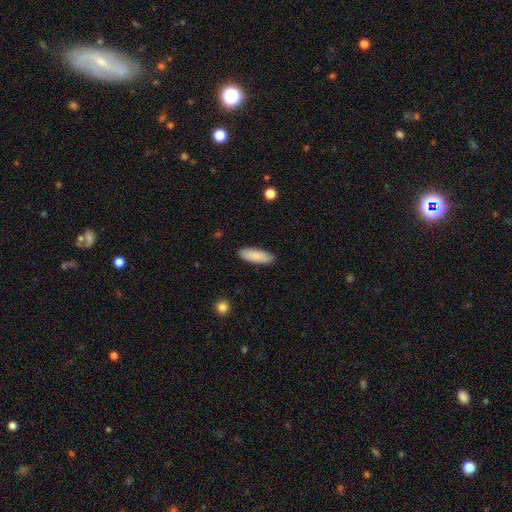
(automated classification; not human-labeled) Smooth or featured: smooth — 86% (featured or disk — 9%)
How rounded: in between — 65% (cigar-shaped — 33%)
Merging: none — 88% (minor disturbance — 10%)